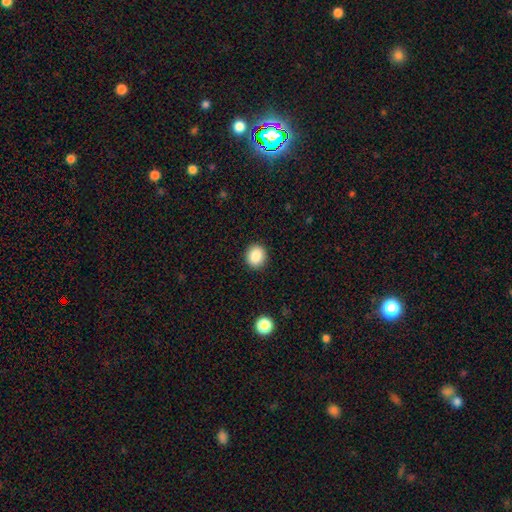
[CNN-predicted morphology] type=smooth (87%); roundness=round (82%); merging=none (91%).